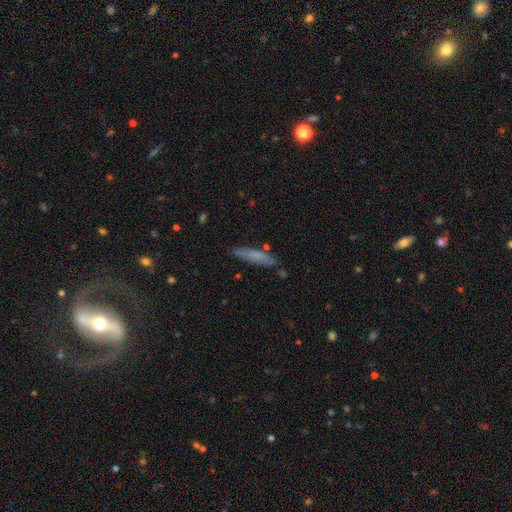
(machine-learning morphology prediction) smooth_or_featured: smooth (p=0.70) [alt: featured or disk p=0.23]
how_rounded: cigar-shaped (p=0.84) [alt: in between p=0.14]
merging: none (p=0.79) [alt: minor disturbance p=0.14]